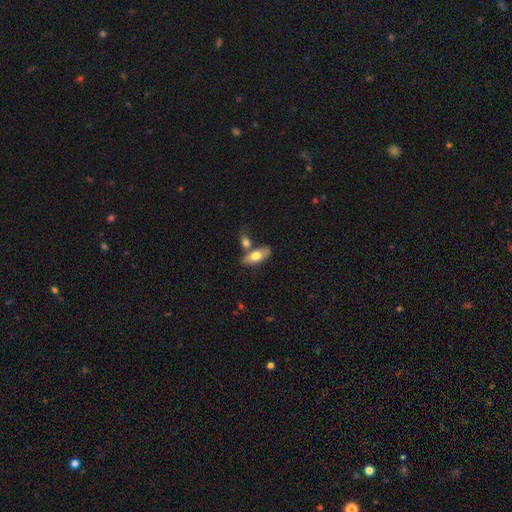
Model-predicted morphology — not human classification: Smooth or featured? Predicted: smooth (p=0.70). How rounded? Predicted: in between (p=0.83). Merging? Predicted: none (p=0.56).